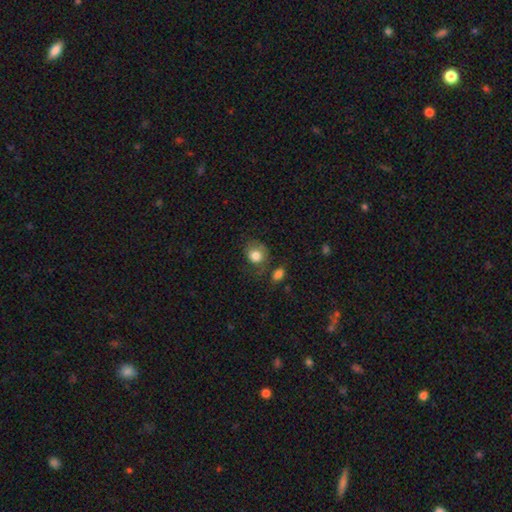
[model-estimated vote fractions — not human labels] Smooth or featured? Predicted: smooth (p=0.78). How rounded? Predicted: round (p=0.65). Merging? Predicted: none (p=0.47).